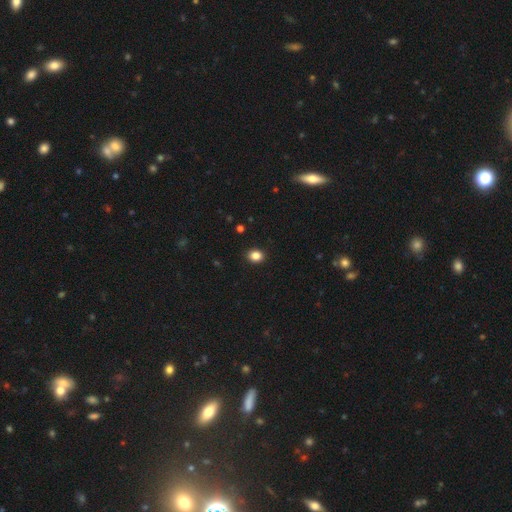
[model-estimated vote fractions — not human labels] Smooth or featured: smooth — 85% (star or artifact — 11%)
How rounded: round — 55% (in between — 44%)
Merging: none — 91% (minor disturbance — 6%)